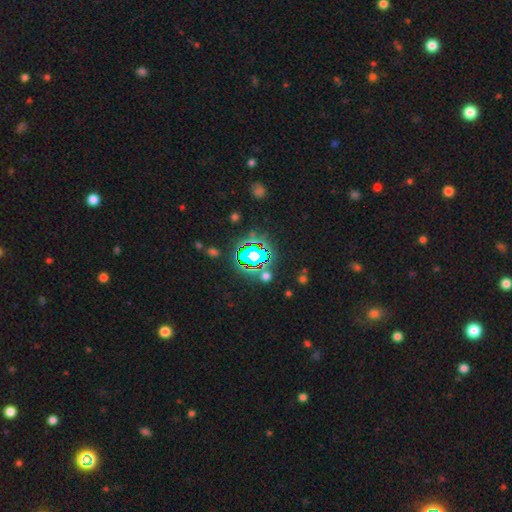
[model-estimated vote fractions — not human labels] Q: Smooth or featured?
A: star or artifact (76%); runner-up: smooth (15%)